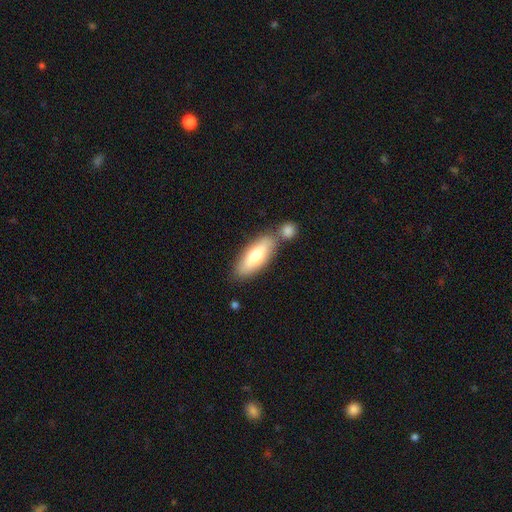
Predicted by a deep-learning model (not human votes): Morphology: type=smooth (68%); roundness=in between (67%); merging=none (62%).